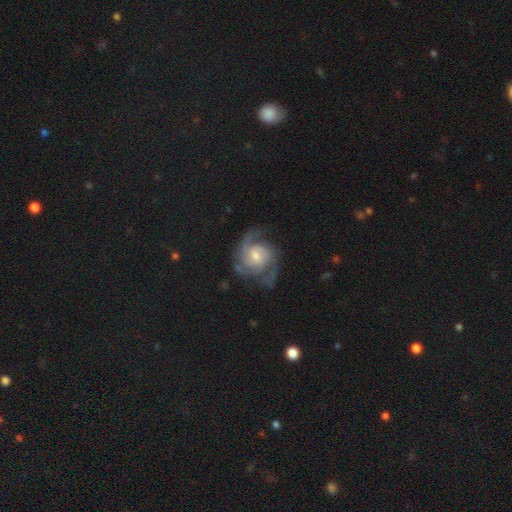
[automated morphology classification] type=featured or disk (86%); edge-on=no (98%); bar=no (57%); spiral arms=yes (96%); winding=medium (49%); arm count=2 (51%); bulge=moderate (46%); merging=none (65%).